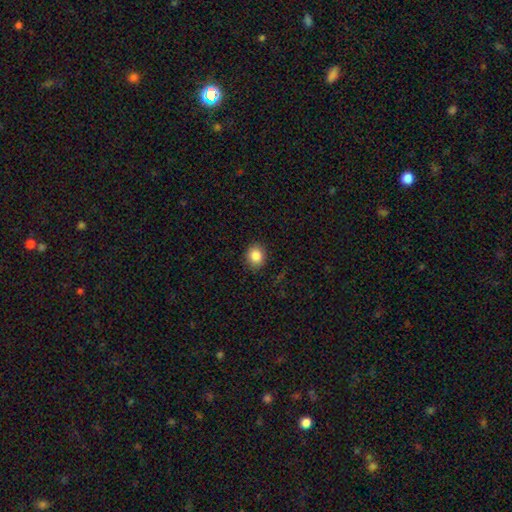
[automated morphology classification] Smooth or featured? Predicted: smooth (p=0.85). How rounded? Predicted: round (p=0.74). Merging? Predicted: none (p=0.88).